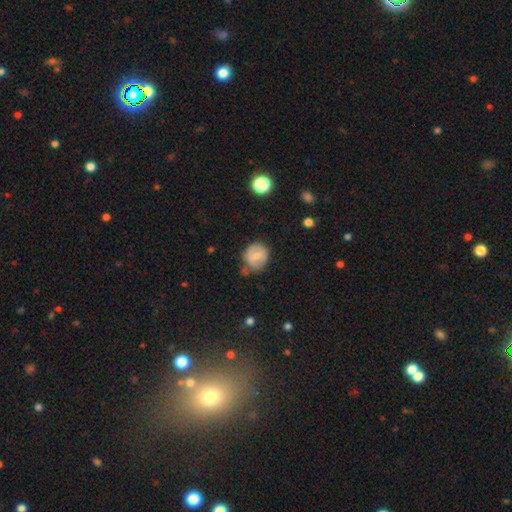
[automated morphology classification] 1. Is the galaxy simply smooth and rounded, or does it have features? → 67% smooth, 24% featured or disk, 9% star or artifact.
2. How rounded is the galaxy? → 76% round, 23% in between, 1% cigar-shaped.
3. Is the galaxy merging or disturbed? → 56% none, 29% minor disturbance, 9% major disturbance, 6% merger.